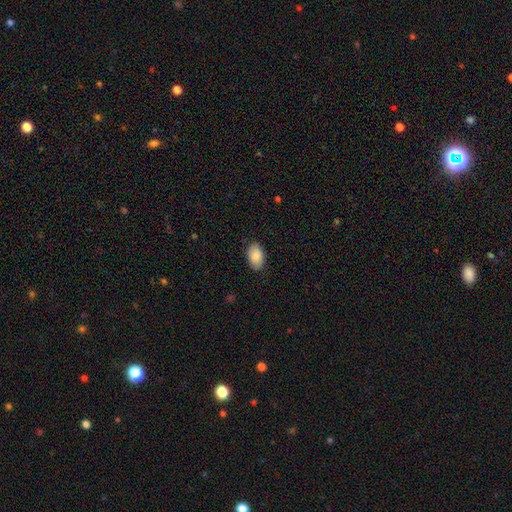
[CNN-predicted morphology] Overall: smooth (88%). How rounded: in between (93%). Merging: none (86%).